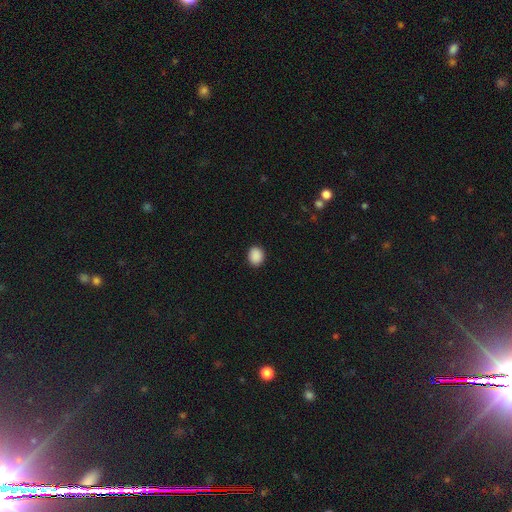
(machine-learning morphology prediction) This appears to be a smooth galaxy with no disk features (89%) that is round (58%). Merging: none (90%).